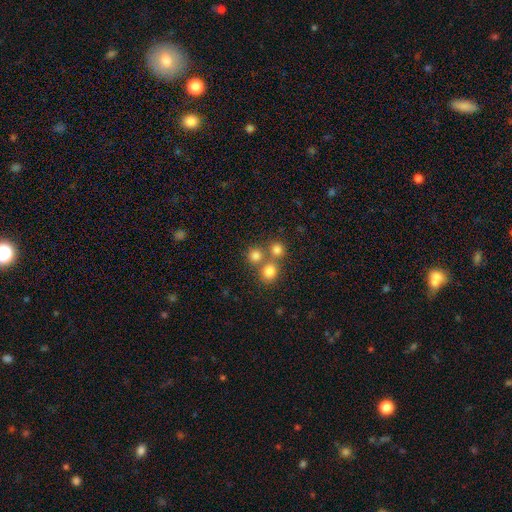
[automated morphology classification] type=smooth (77%); roundness=round (88%); merging=none (58%).